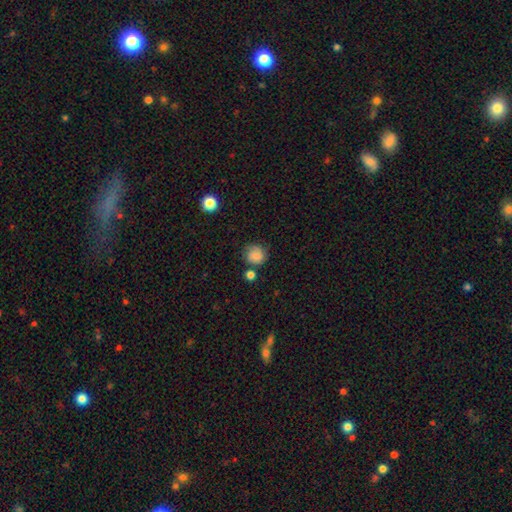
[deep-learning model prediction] This is likely a smooth galaxy (73%). How rounded: clearly round (86%). Merging: likely none (66%).